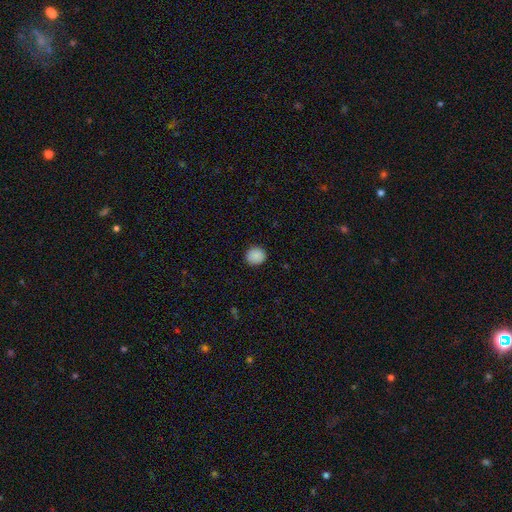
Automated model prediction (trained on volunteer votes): Smooth or featured? smooth (89%)
How rounded? round (86%)
Merging? none (90%)